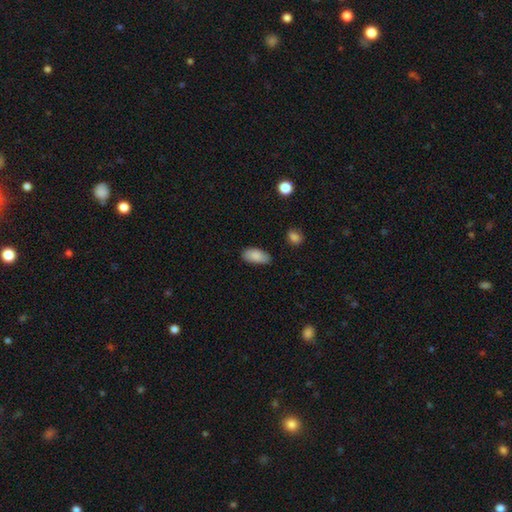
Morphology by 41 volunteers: This is clearly a smooth galaxy (93%). How rounded: clearly in between (95%). Merging: likely none (69%).